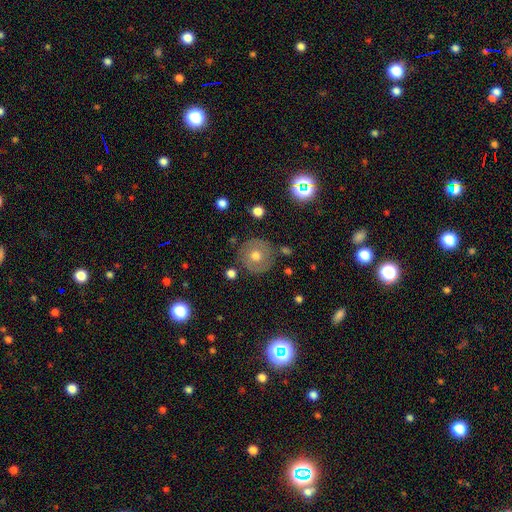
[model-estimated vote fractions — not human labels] smooth_or_featured: smooth (p=0.53) [alt: featured or disk p=0.36]
how_rounded: round (p=0.93) [alt: in between p=0.06]
merging: none (p=0.84) [alt: minor disturbance p=0.10]